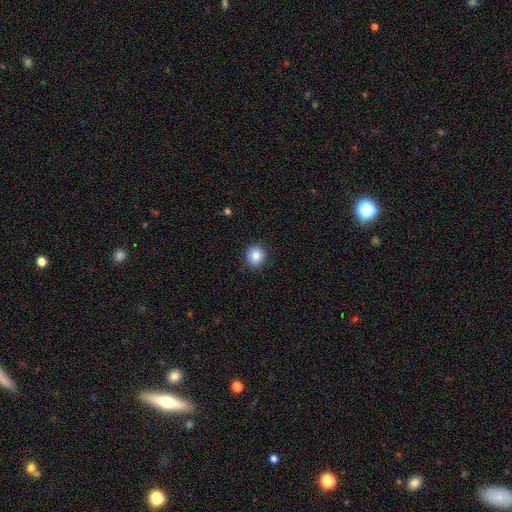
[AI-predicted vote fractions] smooth_or_featured: smooth (p=0.85) [alt: star or artifact p=0.09]
how_rounded: round (p=0.86) [alt: in between p=0.14]
merging: none (p=0.89) [alt: minor disturbance p=0.08]